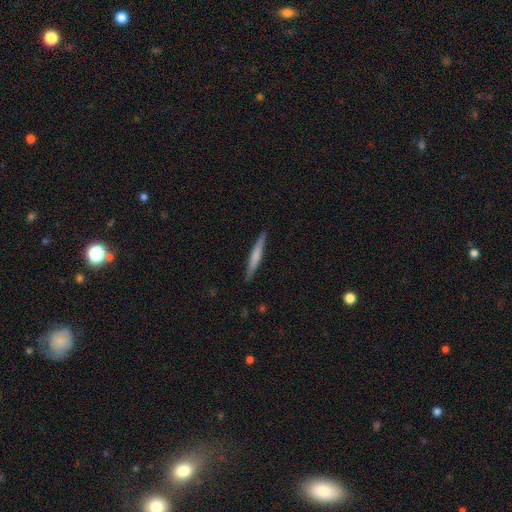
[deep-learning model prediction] smooth 54%, featured or disk 41%, star or artifact 5%. Down the decision tree: how rounded — cigar-shaped (96%); merging — none (90%).